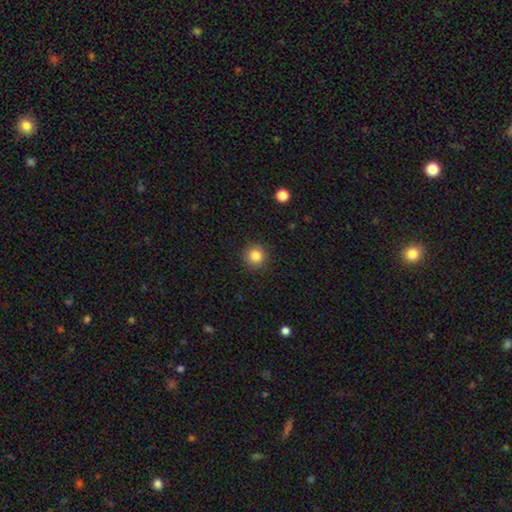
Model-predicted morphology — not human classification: smooth-or-featured: smooth: 84% | star or artifact: 11% | featured or disk: 5%
  how-rounded: round: 94% | in between: 5% | cigar-shaped: 1%
  merging: none: 91% | minor disturbance: 6% | major disturbance: 2% | merger: 1%